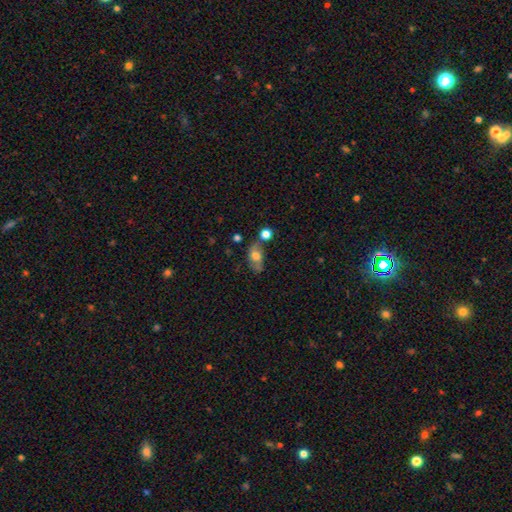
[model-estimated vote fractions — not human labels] Smooth or featured? smooth (62%)
How rounded? in between (80%)
Merging? none (52%)